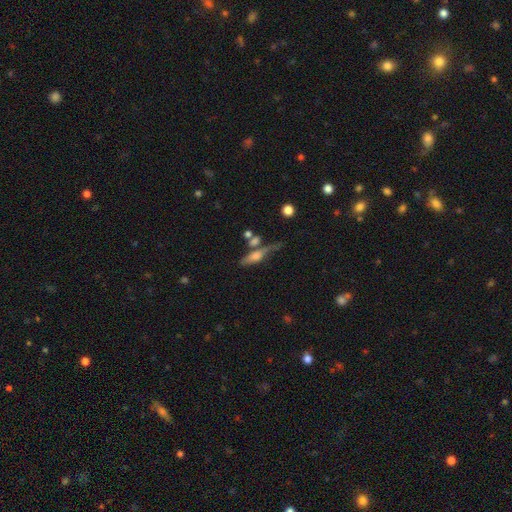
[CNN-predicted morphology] This appears to be a featured or disk galaxy (48%). Merging: none (46%).